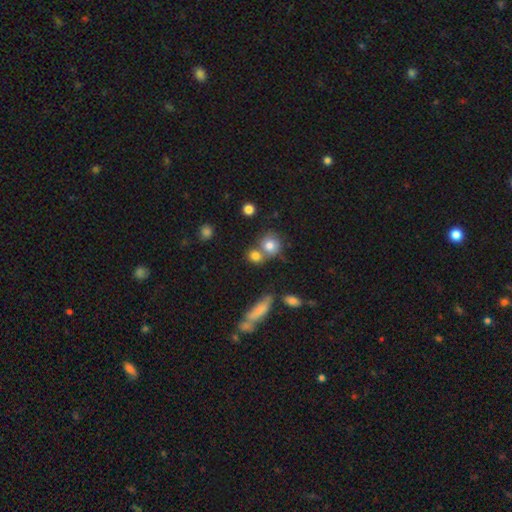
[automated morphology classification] A smooth galaxy with no disk features (77%) that is round (73%).

Vote fractions:
- Smooth or featured? smooth: 77% / star or artifact: 12% / featured or disk: 11%
- How rounded? round: 73% / in between: 23% / cigar-shaped: 4%
- Merging? none: 49% / merger: 37% / minor disturbance: 10% / major disturbance: 4%